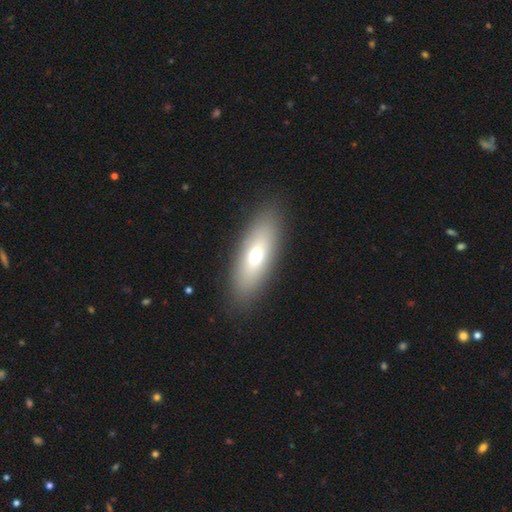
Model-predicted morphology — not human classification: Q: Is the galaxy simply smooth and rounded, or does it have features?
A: smooth — 63%.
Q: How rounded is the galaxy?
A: in between — 68%.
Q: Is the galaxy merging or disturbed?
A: none — 88%.